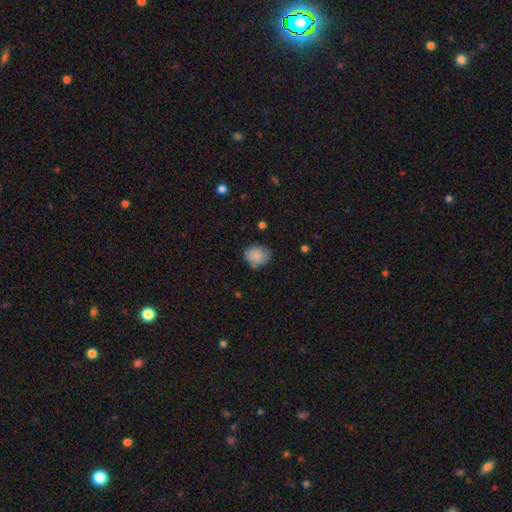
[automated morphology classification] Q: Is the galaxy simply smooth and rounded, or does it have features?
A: smooth — 86%.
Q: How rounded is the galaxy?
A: round — 67%.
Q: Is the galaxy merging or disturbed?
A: none — 72%.